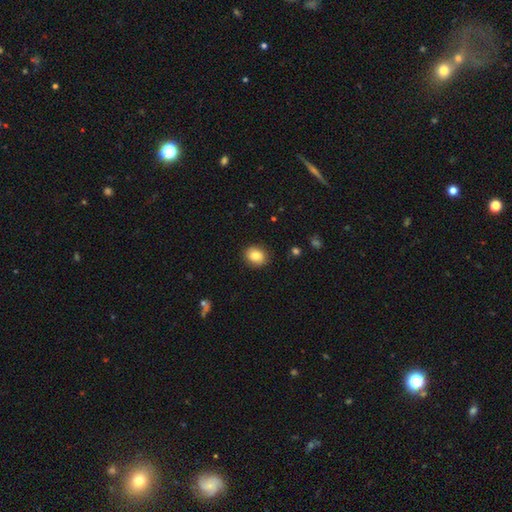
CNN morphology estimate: smooth_or_featured: smooth (p=0.86) [alt: star or artifact p=0.08]
how_rounded: round (p=0.51) [alt: in between p=0.48]
merging: none (p=0.87) [alt: minor disturbance p=0.09]